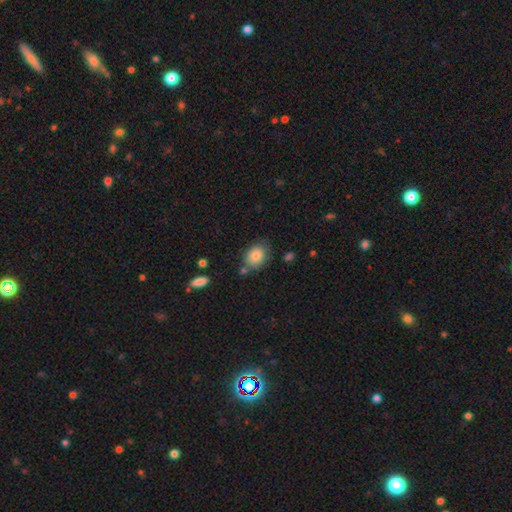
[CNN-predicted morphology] smooth_or_featured: smooth (p=0.84) [alt: star or artifact p=0.08]
how_rounded: in between (p=0.65) [alt: round p=0.34]
merging: none (p=0.70) [alt: minor disturbance p=0.19]